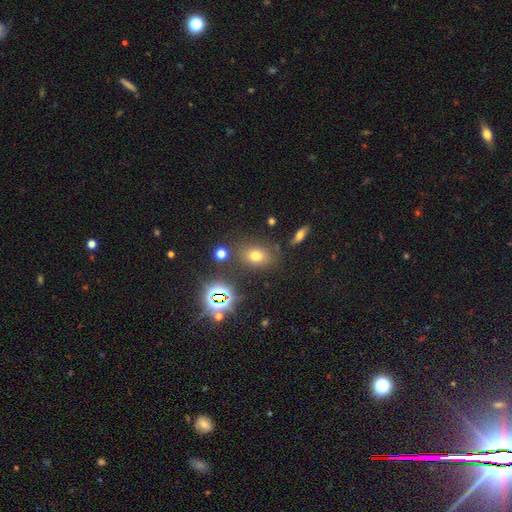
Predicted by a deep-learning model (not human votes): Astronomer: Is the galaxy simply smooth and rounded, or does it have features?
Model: smooth — 63%.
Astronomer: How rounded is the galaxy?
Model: in between — 65%.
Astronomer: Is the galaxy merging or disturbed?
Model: none — 78%.